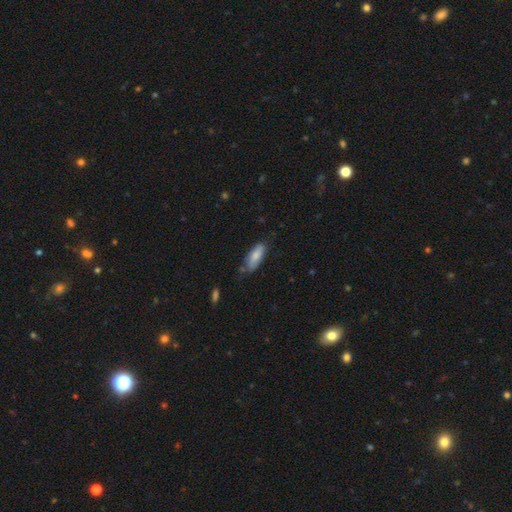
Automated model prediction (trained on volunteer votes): Smooth or featured? smooth (79%)
How rounded? in between (74%)
Merging? none (61%)